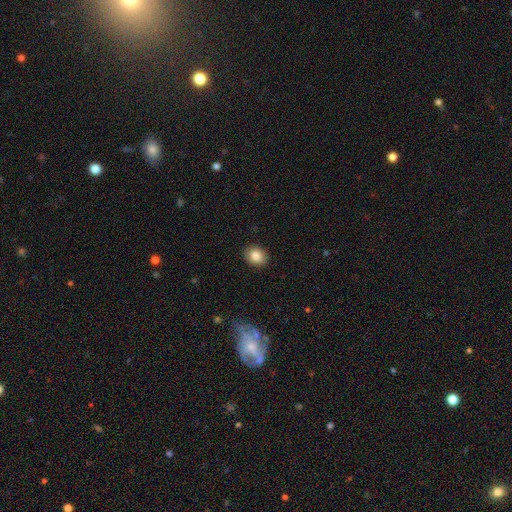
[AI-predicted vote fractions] Smooth or featured?
  - smooth: 85% *
  - star or artifact: 9%
  - featured or disk: 6%
How rounded?
  - round: 53% *
  - in between: 46%
  - cigar-shaped: 1%
Merging?
  - none: 90% *
  - minor disturbance: 7%
  - major disturbance: 2%
  - merger: 1%